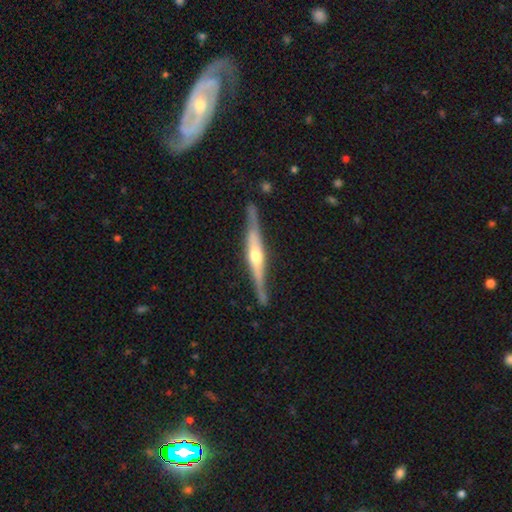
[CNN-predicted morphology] Q: Smooth or featured?
A: featured or disk (77%); runner-up: smooth (18%)
Q: Edge-on disk?
A: yes (96%); runner-up: no (4%)
Q: Edge-on bulge?
A: rounded (84%); runner-up: boxy (8%)
Q: Merging?
A: none (81%); runner-up: minor disturbance (14%)